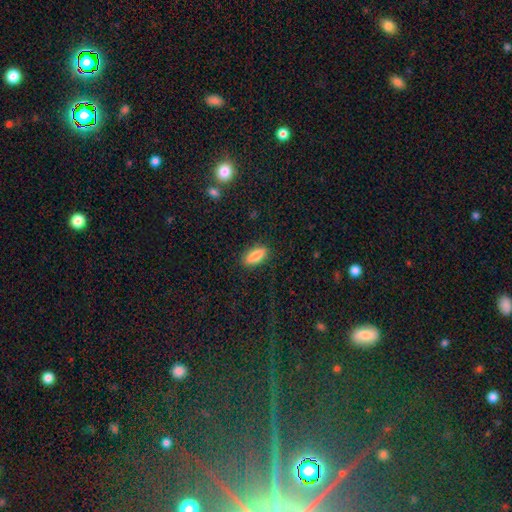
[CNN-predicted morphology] Smooth or featured? Predicted: smooth (p=0.80). How rounded? Predicted: in between (p=0.75). Merging? Predicted: none (p=0.86).